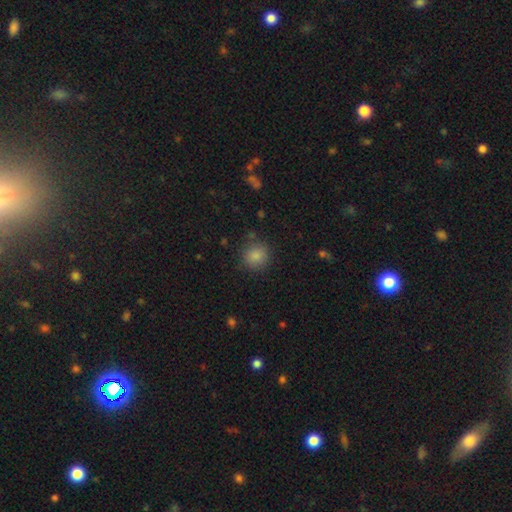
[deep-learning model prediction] Overall: smooth (86%). How rounded: round (87%). Merging: none (84%).